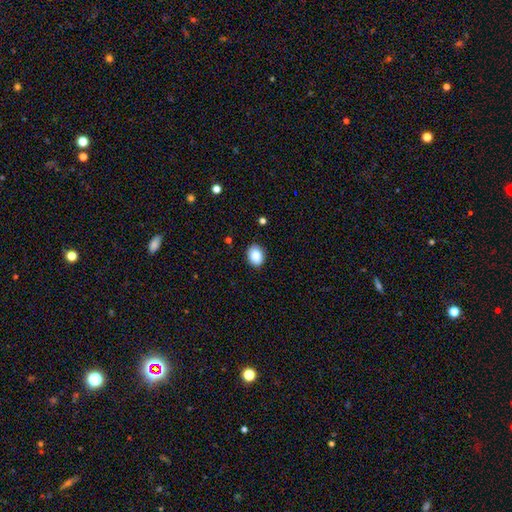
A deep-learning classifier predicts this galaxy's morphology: Smooth or featured: smooth — 87% (star or artifact — 8%)
How rounded: in between — 60% (round — 39%)
Merging: none — 88% (minor disturbance — 9%)